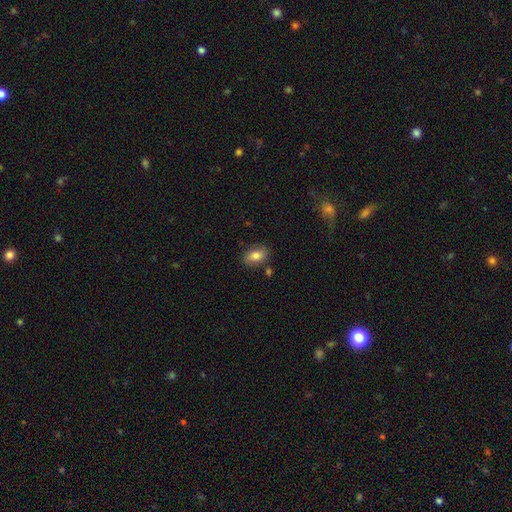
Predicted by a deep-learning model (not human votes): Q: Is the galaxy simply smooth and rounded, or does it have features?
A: smooth — 81%.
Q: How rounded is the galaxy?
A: in between — 88%.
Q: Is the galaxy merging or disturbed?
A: none — 81%.